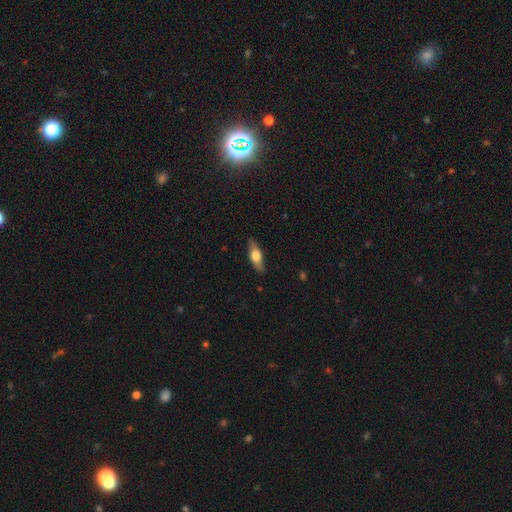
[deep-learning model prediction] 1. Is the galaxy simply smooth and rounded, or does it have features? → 58% smooth, 36% featured or disk, 6% star or artifact.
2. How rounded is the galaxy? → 60% in between, 37% cigar-shaped, 3% round.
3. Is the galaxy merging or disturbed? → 85% none, 12% minor disturbance, 2% major disturbance, 1% merger.